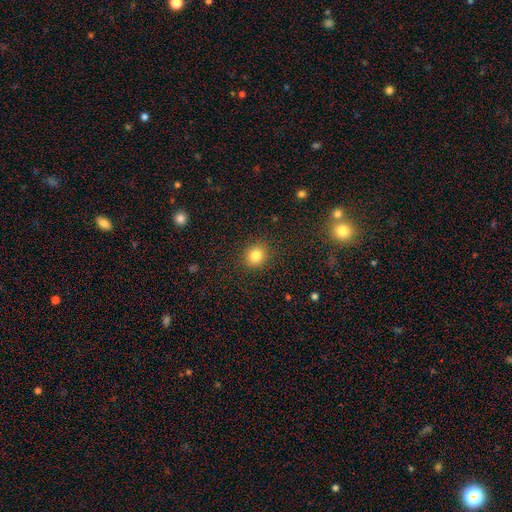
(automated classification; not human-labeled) This is clearly a smooth galaxy (83%). How rounded: clearly round (83%). Merging: clearly none (90%).